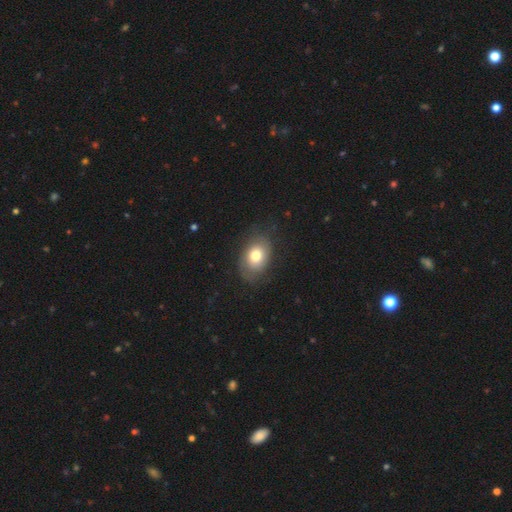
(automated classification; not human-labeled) Morphology: type=smooth (68%); roundness=in between (75%); merging=none (72%).